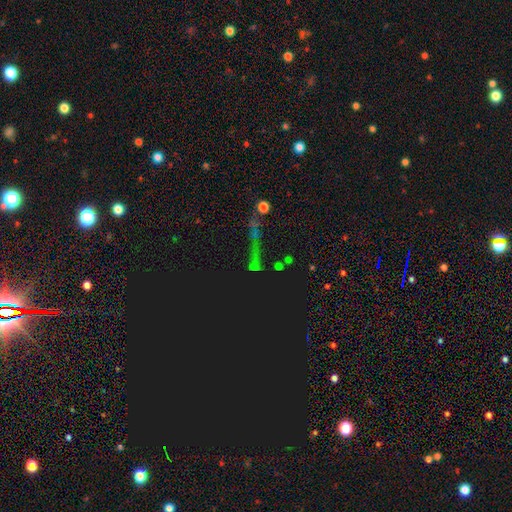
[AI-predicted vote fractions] Q: Smooth or featured?
A: star or artifact (69%); runner-up: smooth (18%)